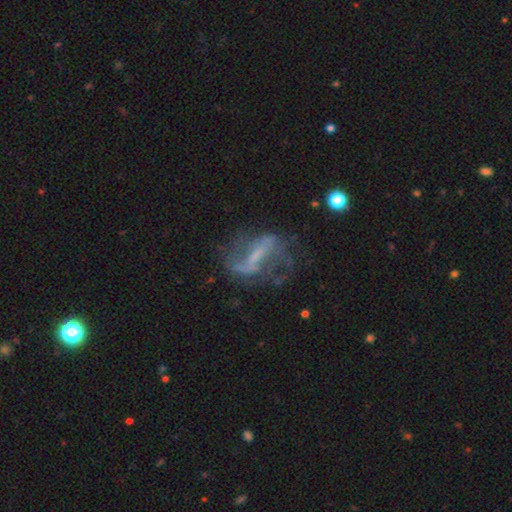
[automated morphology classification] featured or disk 75%, smooth 14%, star or artifact 11%. Down the decision tree: edge-on disk — no (92%); bar — strong (50%); spiral arms — yes (72%); bulge size — none (41%); merging — none (50%).